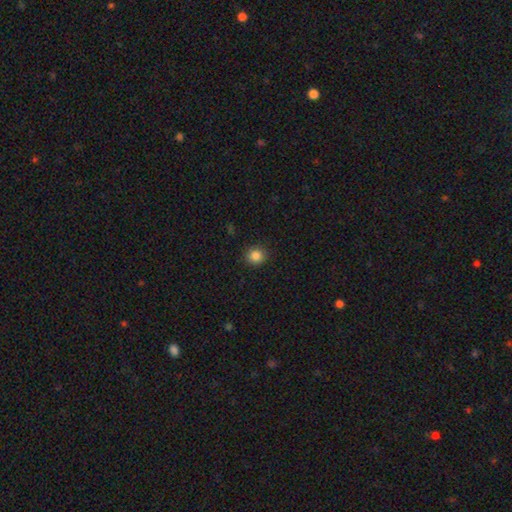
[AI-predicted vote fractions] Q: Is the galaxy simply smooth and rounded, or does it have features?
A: smooth — 85%.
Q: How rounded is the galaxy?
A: round — 87%.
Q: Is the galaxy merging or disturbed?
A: none — 90%.